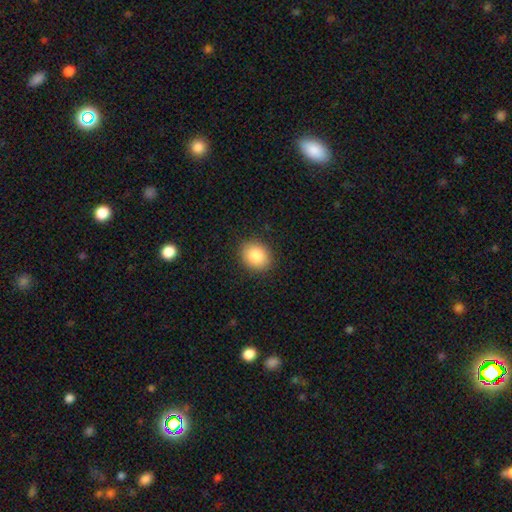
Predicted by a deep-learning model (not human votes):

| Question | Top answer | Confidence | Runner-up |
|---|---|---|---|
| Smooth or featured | smooth | 85% | star or artifact (8%) |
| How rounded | round | 60% | in between (39%) |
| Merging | none | 89% | minor disturbance (8%) |